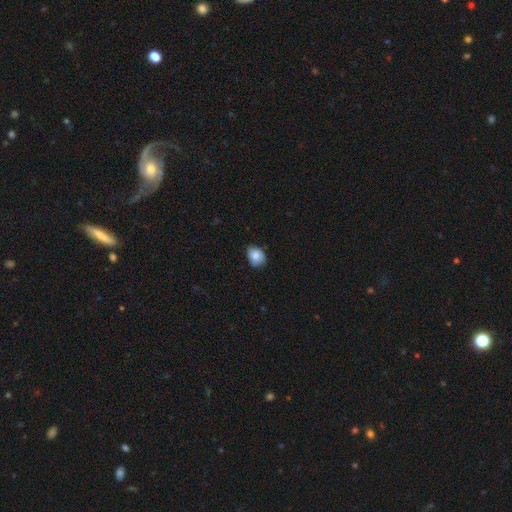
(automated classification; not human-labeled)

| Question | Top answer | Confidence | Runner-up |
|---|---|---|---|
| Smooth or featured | smooth | 83% | featured or disk (9%) |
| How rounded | in between | 56% | round (43%) |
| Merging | none | 67% | minor disturbance (27%) |